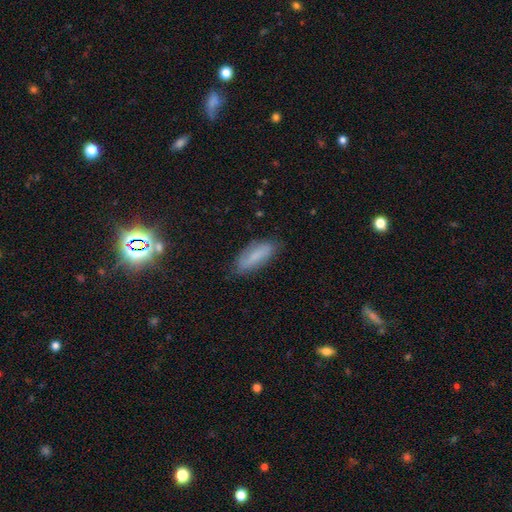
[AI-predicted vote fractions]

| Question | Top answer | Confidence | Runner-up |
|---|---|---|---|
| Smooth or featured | smooth | 70% | featured or disk (22%) |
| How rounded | in between | 64% | cigar-shaped (34%) |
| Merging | none | 77% | minor disturbance (17%) |